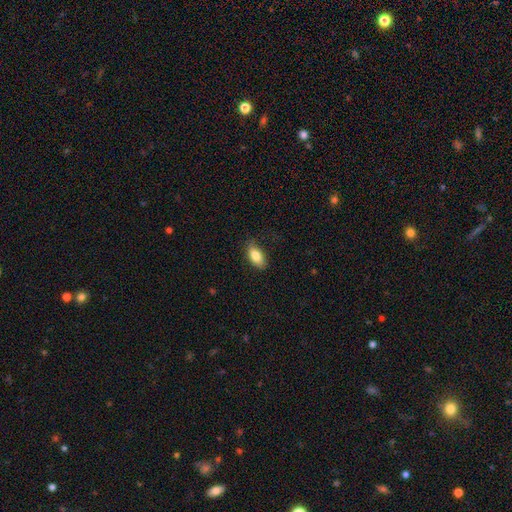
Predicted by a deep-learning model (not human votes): Q: Smooth or featured?
A: smooth (82%); runner-up: featured or disk (11%)
Q: How rounded?
A: in between (90%); runner-up: cigar-shaped (6%)
Q: Merging?
A: none (75%); runner-up: minor disturbance (20%)